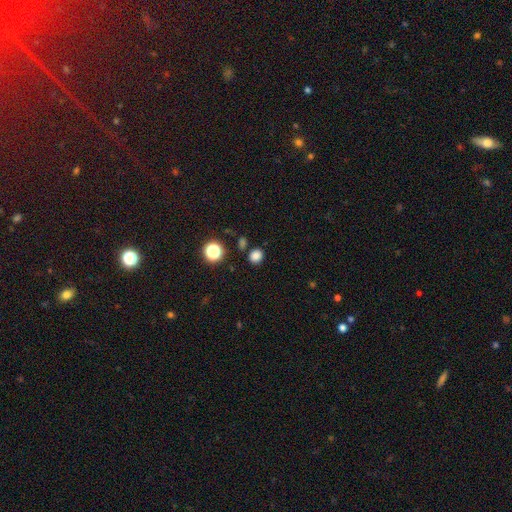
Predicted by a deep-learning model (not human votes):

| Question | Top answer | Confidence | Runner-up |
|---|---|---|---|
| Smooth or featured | smooth | 81% | star or artifact (15%) |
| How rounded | round | 79% | in between (20%) |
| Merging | none | 83% | minor disturbance (9%) |